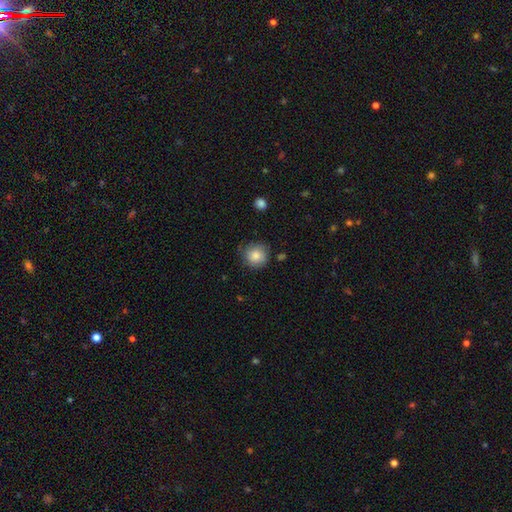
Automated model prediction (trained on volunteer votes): Smooth or featured? Predicted: smooth (p=0.84). How rounded? Predicted: round (p=0.92). Merging? Predicted: none (p=0.78).